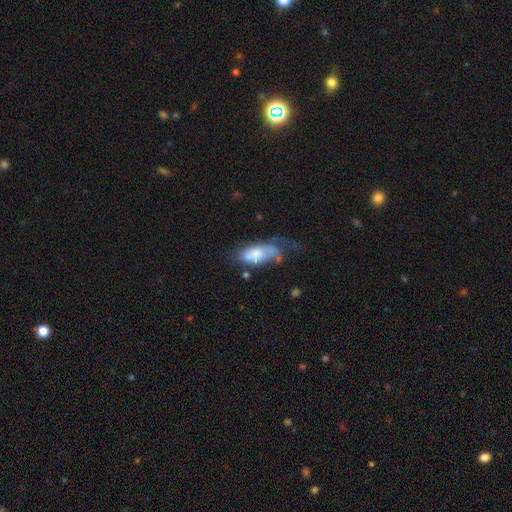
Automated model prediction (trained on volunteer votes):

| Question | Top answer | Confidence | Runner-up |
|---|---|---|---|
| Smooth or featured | smooth | 50% | featured or disk (41%) |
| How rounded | in between | 80% | cigar-shaped (16%) |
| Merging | major disturbance | 38% | none (26%) |